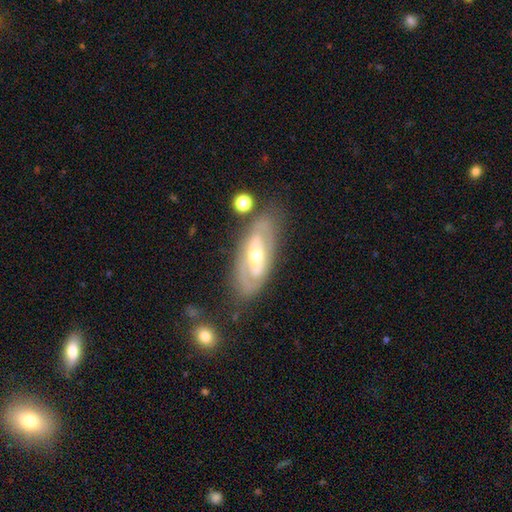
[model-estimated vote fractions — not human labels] This is likely a featured or disk galaxy (77%). It is clearly not viewed edge-on (88%). Bar: possibly no (46%). Spiral arm pattern: likely yes (63%). Central bulge: possibly moderate (58%). Merging: likely none (75%).